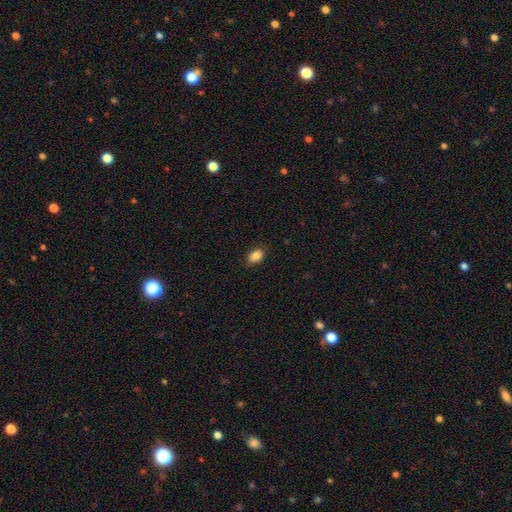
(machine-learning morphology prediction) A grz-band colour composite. It shows a smooth galaxy with no disk features (87%) that is in between round and cigar-shaped (80%). Merging: none (86%).